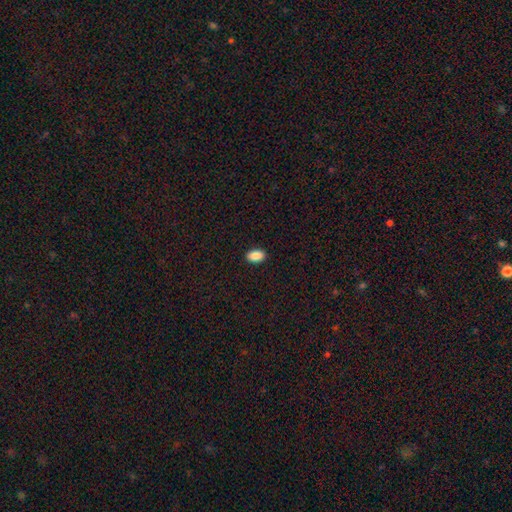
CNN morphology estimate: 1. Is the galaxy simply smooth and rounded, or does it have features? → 88% smooth, 8% star or artifact, 4% featured or disk.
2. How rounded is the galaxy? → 90% in between, 8% round, 2% cigar-shaped.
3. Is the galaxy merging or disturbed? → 91% none, 6% minor disturbance, 2% major disturbance, 1% merger.